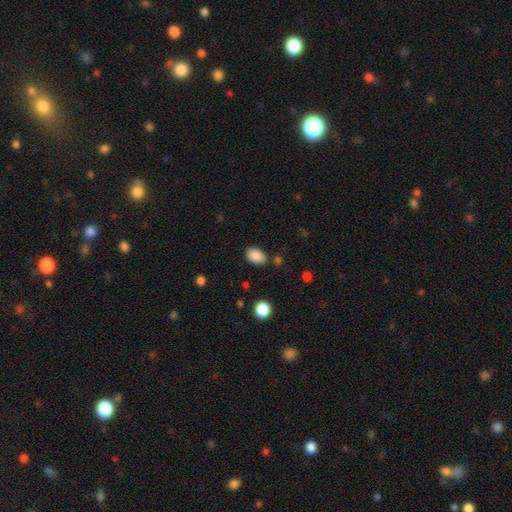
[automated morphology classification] A smooth galaxy with no disk features (88%) that is in between round and cigar-shaped (84%).

Vote fractions:
- Smooth or featured? smooth: 88% / star or artifact: 8% / featured or disk: 4%
- How rounded? in between: 84% / round: 15% / cigar-shaped: 1%
- Merging? none: 81% / minor disturbance: 12% / major disturbance: 3% / merger: 3%